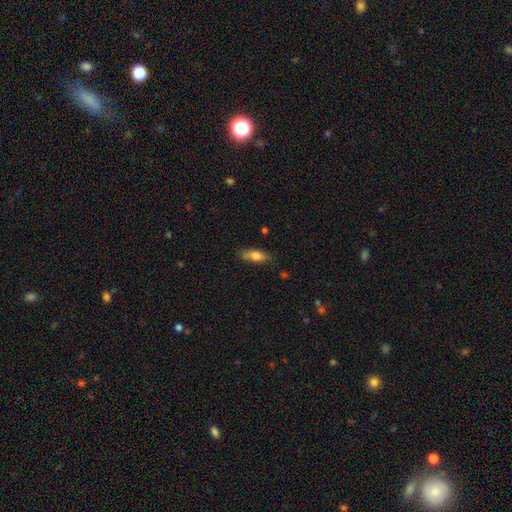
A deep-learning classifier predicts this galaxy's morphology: smooth_or_featured: smooth (p=0.72) [alt: featured or disk p=0.21]
how_rounded: in between (p=0.65) [alt: cigar-shaped p=0.32]
merging: none (p=0.77) [alt: minor disturbance p=0.18]